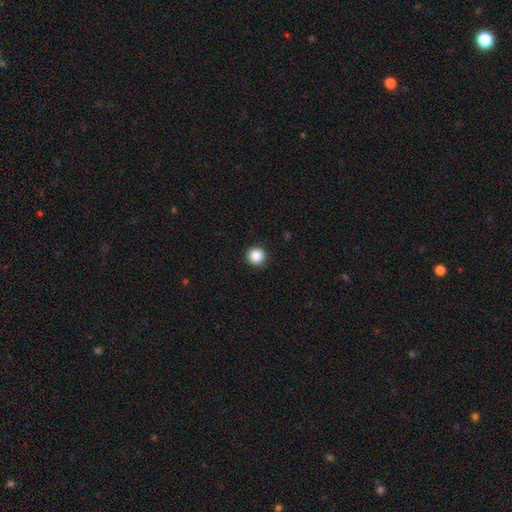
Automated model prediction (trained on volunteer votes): This appears to be a smooth galaxy with no disk features (86%) that is round (95%). Merging: none (93%).